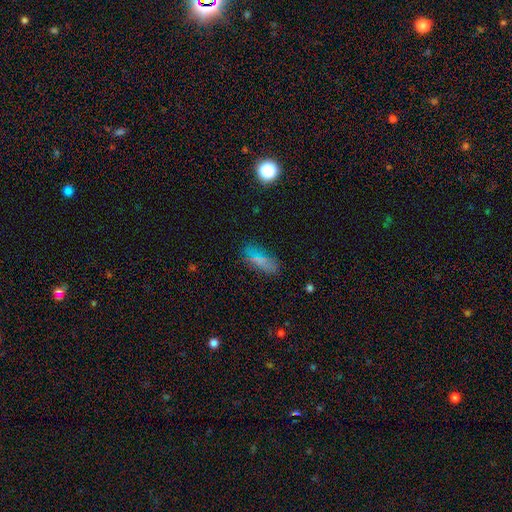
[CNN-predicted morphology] A smooth galaxy with no disk features (64%) that is in between round and cigar-shaped (60%).

Vote fractions:
- Smooth or featured? smooth: 64% / featured or disk: 21% / star or artifact: 15%
- How rounded? in between: 60% / cigar-shaped: 36% / round: 4%
- Merging? none: 75% / minor disturbance: 17% / major disturbance: 6% / merger: 2%